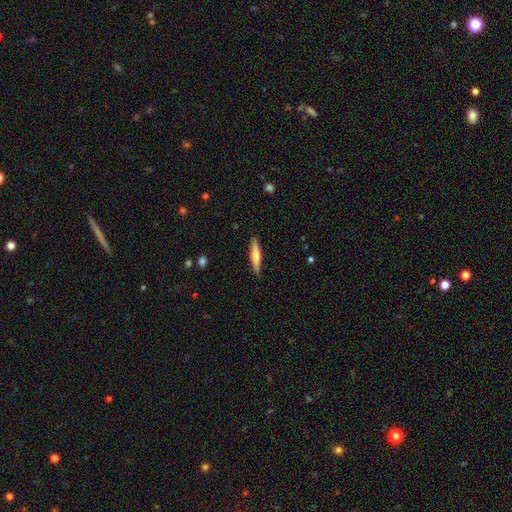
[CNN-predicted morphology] This appears to be a smooth galaxy with no disk features (51%) that is cigar-shaped (86%). Merging: none (90%).